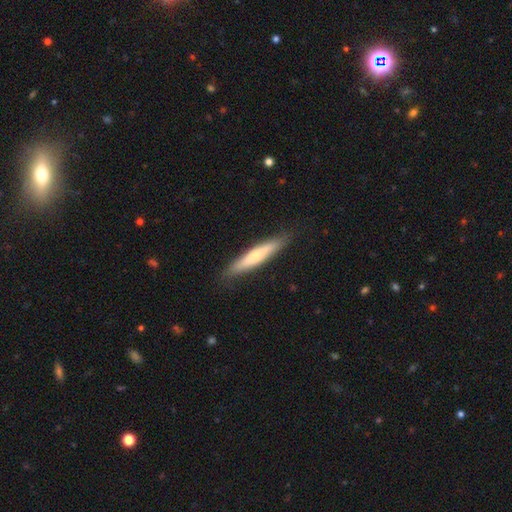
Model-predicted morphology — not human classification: smooth 57%, featured or disk 38%, star or artifact 5%. Down the decision tree: how rounded — cigar-shaped (90%); merging — none (87%).